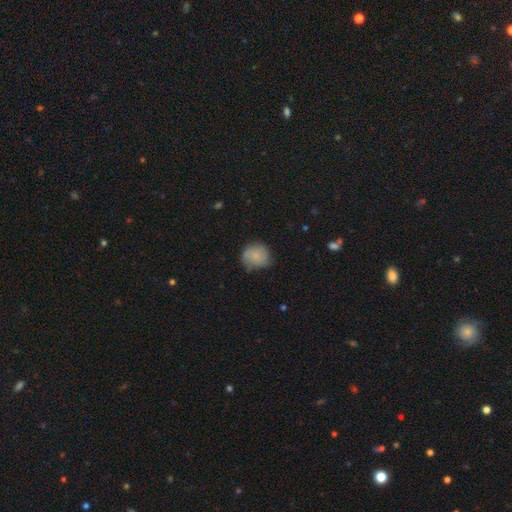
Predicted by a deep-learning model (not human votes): The model was most divided on "merging": none: 61%, minor disturbance: 31%, major disturbance: 7%, merger: 2%. More confident: how rounded — round (85%); smooth or featured — smooth (75%).